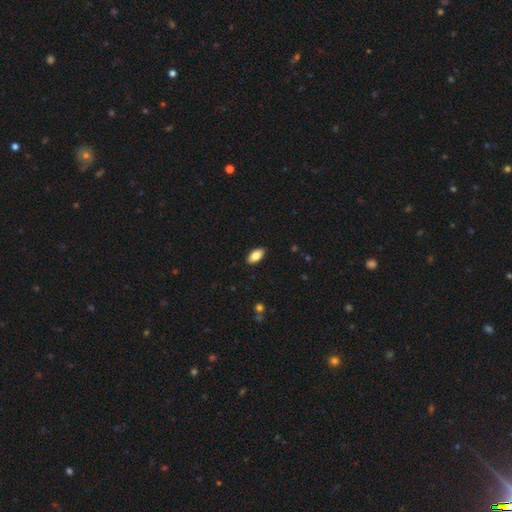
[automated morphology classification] Q: Smooth or featured?
A: smooth (82%); runner-up: featured or disk (11%)
Q: How rounded?
A: in between (92%); runner-up: cigar-shaped (6%)
Q: Merging?
A: none (89%); runner-up: minor disturbance (8%)